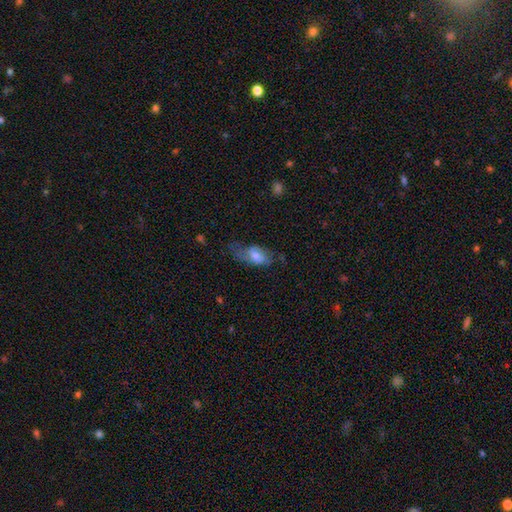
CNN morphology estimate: A smooth galaxy with no disk features (58%) that is in between round and cigar-shaped (87%). Merging: none (42%).